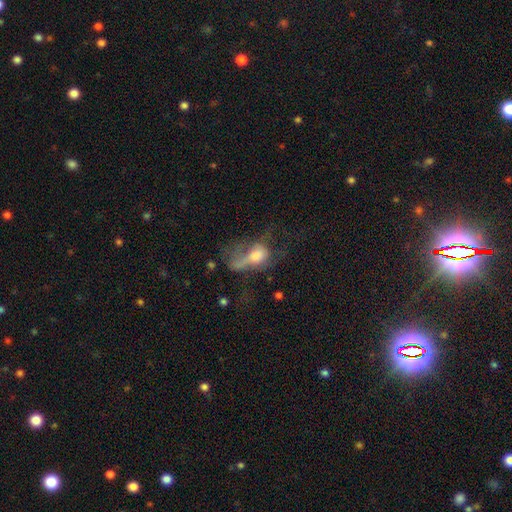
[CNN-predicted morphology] Smooth or featured? smooth (45%)
Merging? major disturbance (57%)